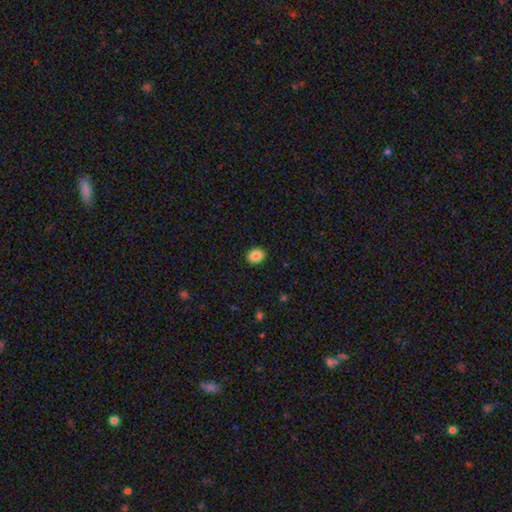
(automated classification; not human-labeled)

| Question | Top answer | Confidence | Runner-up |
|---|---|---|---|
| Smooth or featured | smooth | 87% | star or artifact (9%) |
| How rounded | round | 51% | in between (48%) |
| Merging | none | 91% | minor disturbance (6%) |